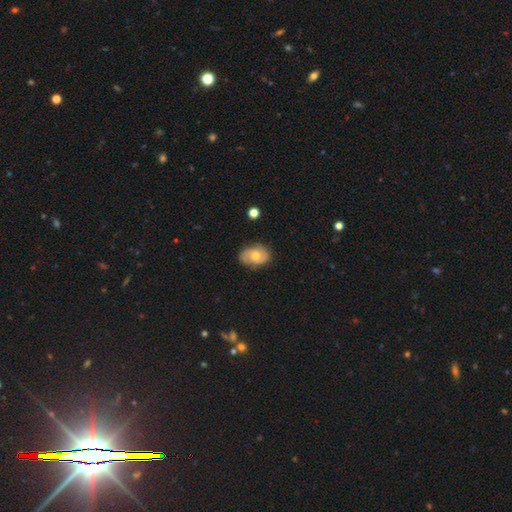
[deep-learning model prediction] featured or disk 50%, smooth 42%, star or artifact 8%. Down the decision tree: edge-on disk — no (96%); merging — none (74%).